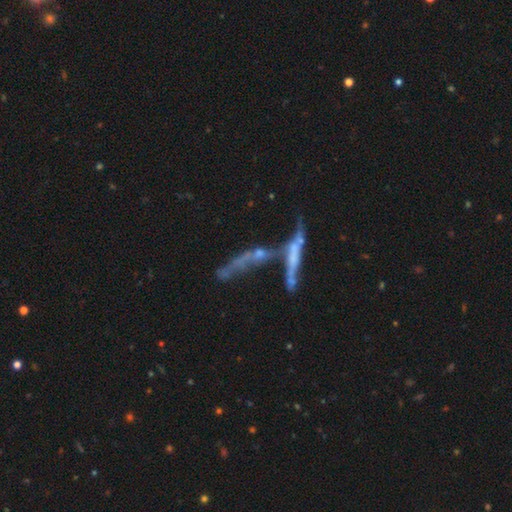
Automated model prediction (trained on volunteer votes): smooth_or_featured: featured or disk (p=0.61) [alt: smooth p=0.24]
disk_edge_on: no (p=0.51) [alt: yes p=0.49]
merging: merger (p=0.50) [alt: none p=0.22]